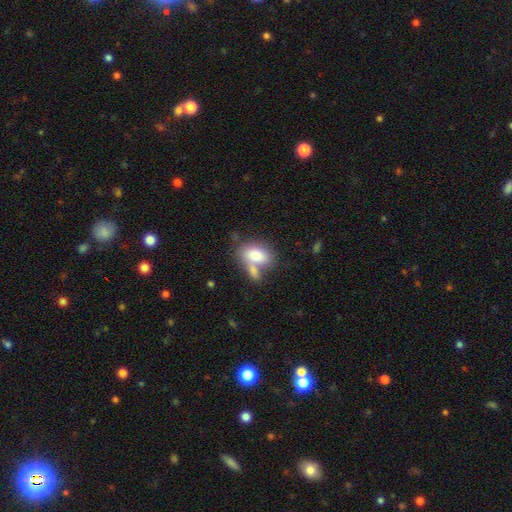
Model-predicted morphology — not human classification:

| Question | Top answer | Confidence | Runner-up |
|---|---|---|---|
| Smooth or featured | smooth | 77% | featured or disk (16%) |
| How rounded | in between | 86% | round (12%) |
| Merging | none | 42% | merger (38%) |